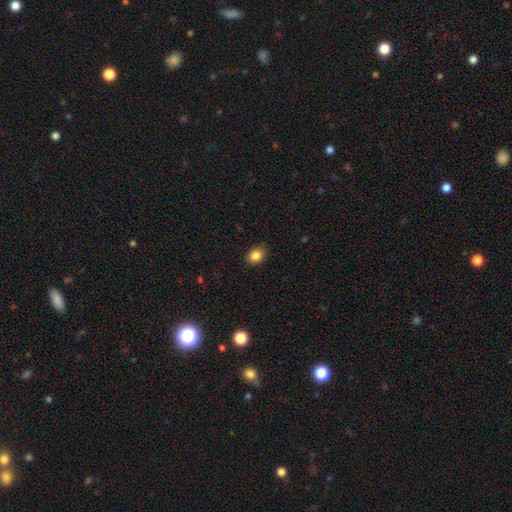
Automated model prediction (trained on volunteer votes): This appears to be a smooth galaxy with no disk features (85%) that is round (52%). Merging: none (85%).